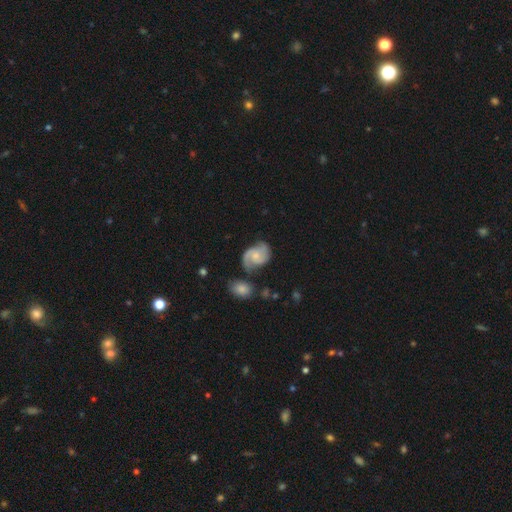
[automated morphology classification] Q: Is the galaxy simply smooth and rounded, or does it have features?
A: featured or disk — 83%.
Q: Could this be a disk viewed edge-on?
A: no — 98%.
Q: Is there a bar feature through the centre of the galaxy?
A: no — 63%.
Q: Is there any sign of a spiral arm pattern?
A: yes — 96%.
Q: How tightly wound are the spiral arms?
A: medium — 54%.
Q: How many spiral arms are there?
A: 2 — 89%.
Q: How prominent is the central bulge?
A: small — 56%.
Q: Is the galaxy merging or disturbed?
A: none — 65%.